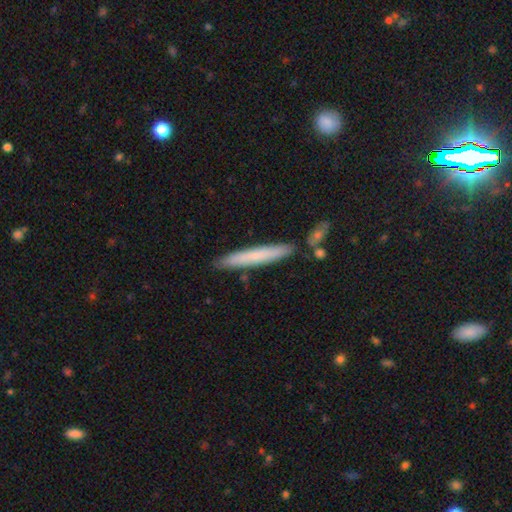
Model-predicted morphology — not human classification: A smooth galaxy with no disk features (68%) that is cigar-shaped (96%).

Vote fractions:
- Smooth or featured? smooth: 68% / featured or disk: 26% / star or artifact: 6%
- How rounded? cigar-shaped: 96% / in between: 3% / round: 1%
- Merging? none: 84% / minor disturbance: 9% / merger: 4% / major disturbance: 2%